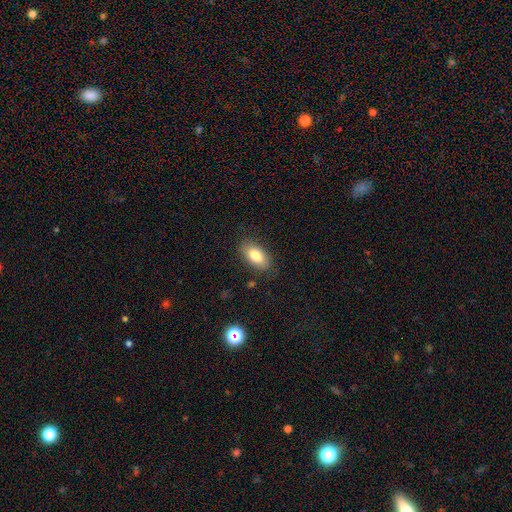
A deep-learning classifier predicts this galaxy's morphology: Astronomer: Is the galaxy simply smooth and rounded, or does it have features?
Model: smooth — 78%.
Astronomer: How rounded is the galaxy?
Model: in between — 91%.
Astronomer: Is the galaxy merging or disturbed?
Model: none — 84%.